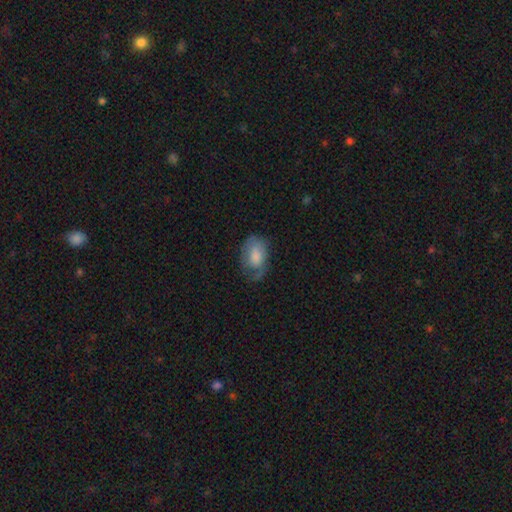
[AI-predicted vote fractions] Smooth or featured: smooth — 69% (featured or disk — 24%)
How rounded: in between — 87% (round — 11%)
Merging: none — 44% (minor disturbance — 32%)